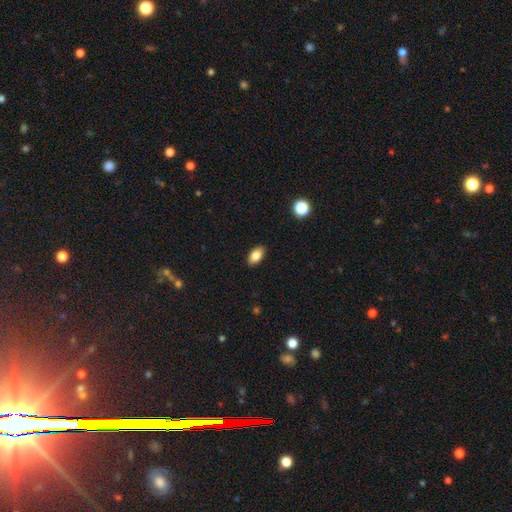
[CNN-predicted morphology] A smooth galaxy with no disk features (84%) that is in between round and cigar-shaped (92%).

Vote fractions:
- Smooth or featured? smooth: 84% / star or artifact: 8% / featured or disk: 7%
- How rounded? in between: 92% / round: 5% / cigar-shaped: 3%
- Merging? none: 88% / minor disturbance: 9% / major disturbance: 2% / merger: 1%